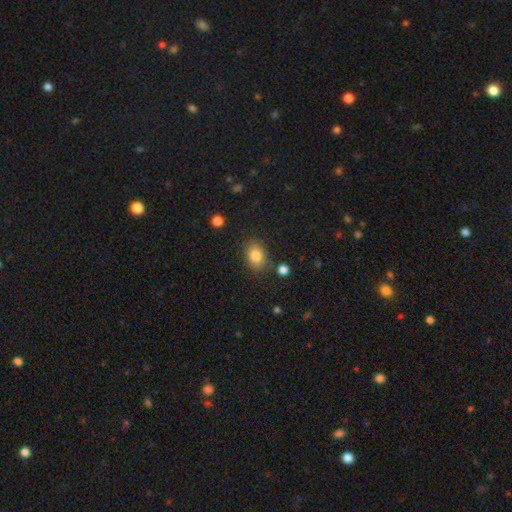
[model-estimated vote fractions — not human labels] Smooth or featured: smooth — 83% (star or artifact — 9%)
How rounded: in between — 71% (round — 28%)
Merging: none — 79% (minor disturbance — 14%)